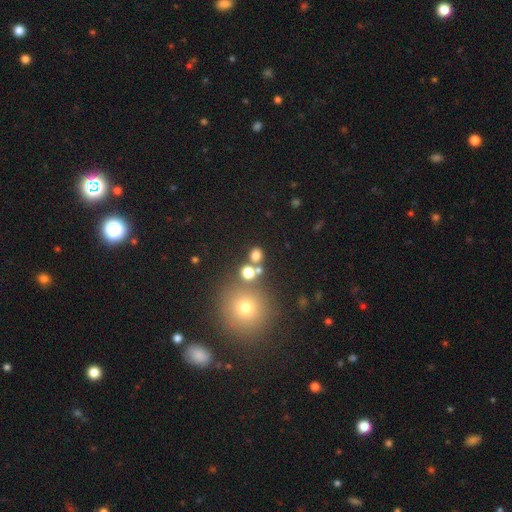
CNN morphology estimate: A smooth galaxy with no disk features (71%) that is round (82%).

Vote fractions:
- Smooth or featured? smooth: 71% / star or artifact: 21% / featured or disk: 8%
- How rounded? round: 82% / in between: 16% / cigar-shaped: 1%
- Merging? none: 68% / merger: 20% / minor disturbance: 8% / major disturbance: 4%